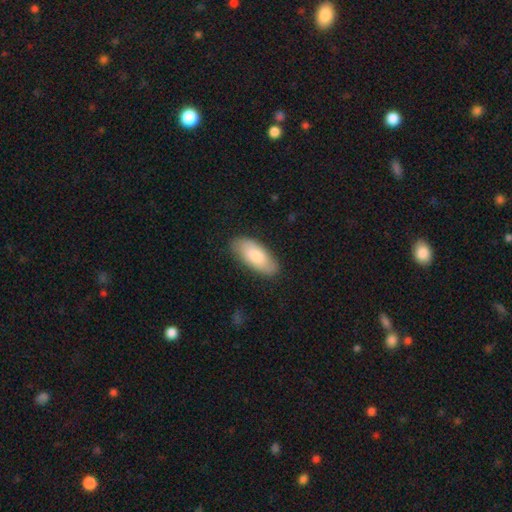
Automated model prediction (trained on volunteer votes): A smooth galaxy with no disk features (76%) that is in between round and cigar-shaped (87%).

Vote fractions:
- Smooth or featured? smooth: 76% / featured or disk: 19% / star or artifact: 5%
- How rounded? in between: 87% / cigar-shaped: 11% / round: 2%
- Merging? none: 83% / minor disturbance: 13% / major disturbance: 3% / merger: 1%